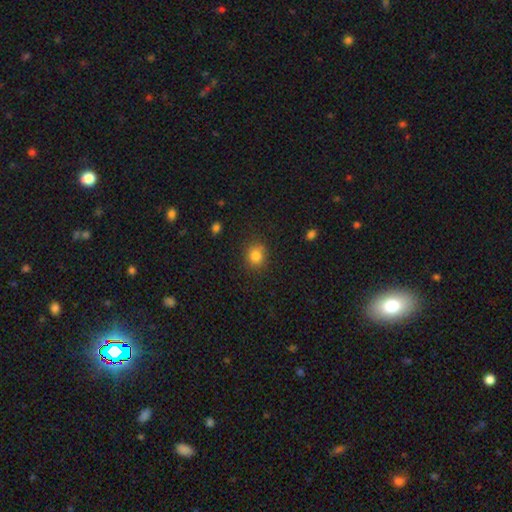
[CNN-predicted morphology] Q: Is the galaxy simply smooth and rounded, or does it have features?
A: smooth — 82%.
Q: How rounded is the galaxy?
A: round — 81%.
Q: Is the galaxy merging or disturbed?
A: none — 82%.